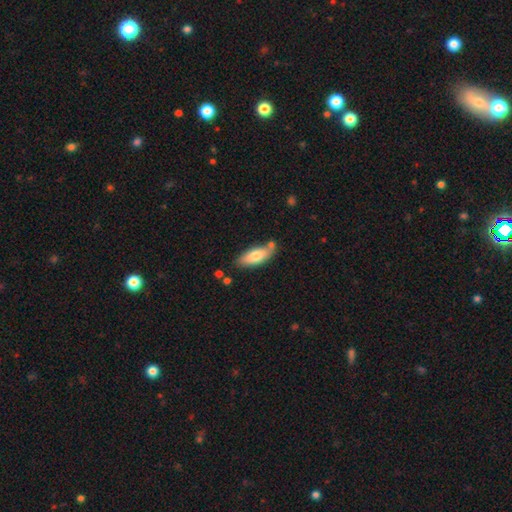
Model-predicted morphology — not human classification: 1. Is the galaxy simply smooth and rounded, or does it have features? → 73% smooth, 21% featured or disk, 6% star or artifact.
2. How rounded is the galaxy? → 75% in between, 23% cigar-shaped, 2% round.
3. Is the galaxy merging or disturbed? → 70% none, 17% minor disturbance, 10% merger, 3% major disturbance.